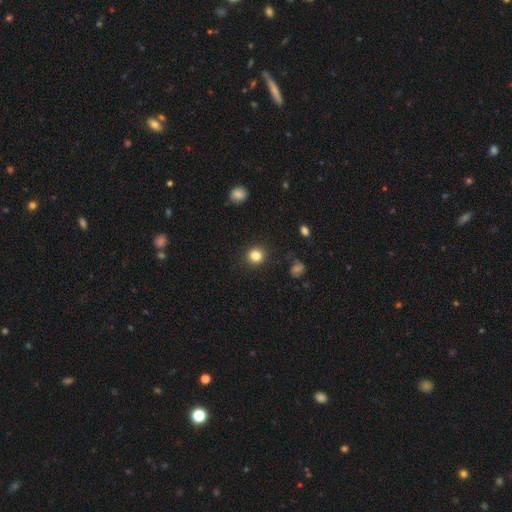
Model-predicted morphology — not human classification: This appears to be a smooth galaxy with no disk features (84%) that is round (90%). Merging: none (91%).